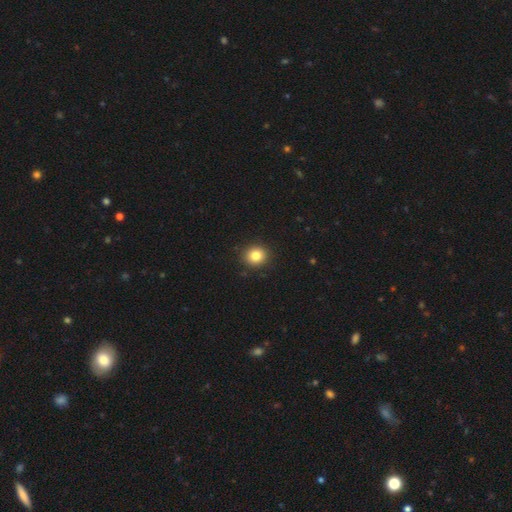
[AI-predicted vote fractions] Smooth or featured? smooth (82%)
How rounded? round (85%)
Merging? none (91%)